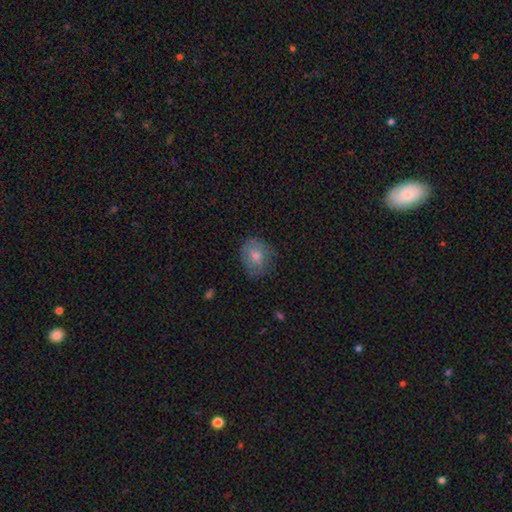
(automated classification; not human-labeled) Smooth or featured? Predicted: smooth (p=0.66). How rounded? Predicted: round (p=0.57). Merging? Predicted: none (p=0.72).